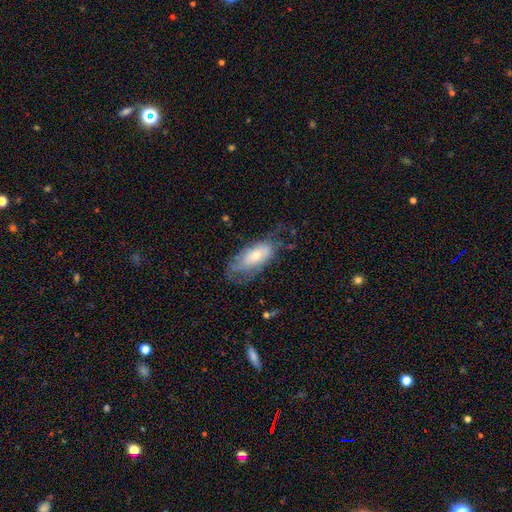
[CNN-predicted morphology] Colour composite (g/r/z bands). It shows a smooth galaxy with no disk features (56%) that is in between round and cigar-shaped (84%). Merging: none (52%).